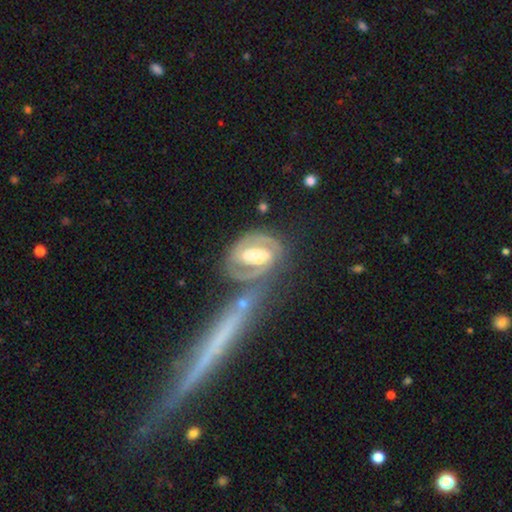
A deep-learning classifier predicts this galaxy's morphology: Q: Smooth or featured?
A: featured or disk (86%); runner-up: smooth (9%)
Q: Edge-on disk?
A: no (96%); runner-up: yes (4%)
Q: Bar?
A: strong (64%); runner-up: weak (27%)
Q: Spiral arms?
A: yes (92%); runner-up: no (8%)
Q: Spiral winding?
A: tight (47%); runner-up: medium (43%)
Q: Spiral arm count?
A: 2 (84%); runner-up: can't tell (6%)
Q: Bulge size?
A: moderate (59%); runner-up: small (23%)
Q: Merging?
A: none (54%); runner-up: merger (19%)